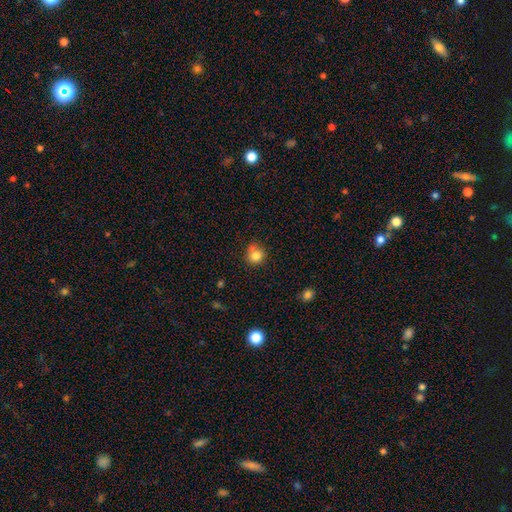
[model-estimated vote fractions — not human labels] Smooth or featured? smooth (81%)
How rounded? round (82%)
Merging? none (56%)